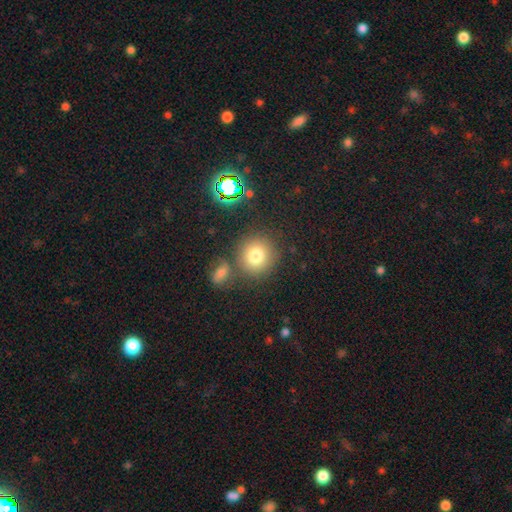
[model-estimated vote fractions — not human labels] Morphology: type=smooth (77%); roundness=round (91%); merging=none (76%).